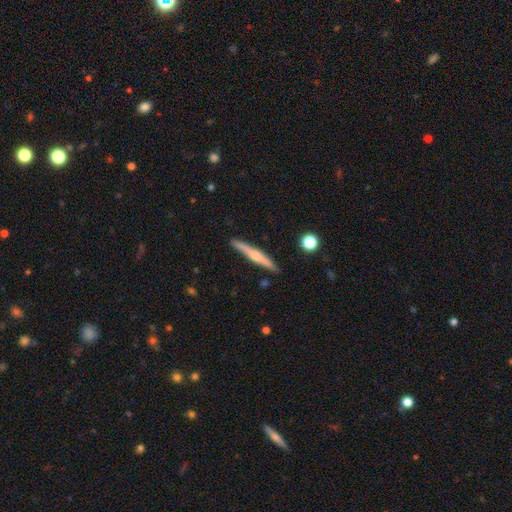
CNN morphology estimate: This is likely a featured or disk galaxy (62%). It is clearly viewed edge-on (97%). Edge-on bulge: likely rounded (79%). Merging: clearly none (89%).